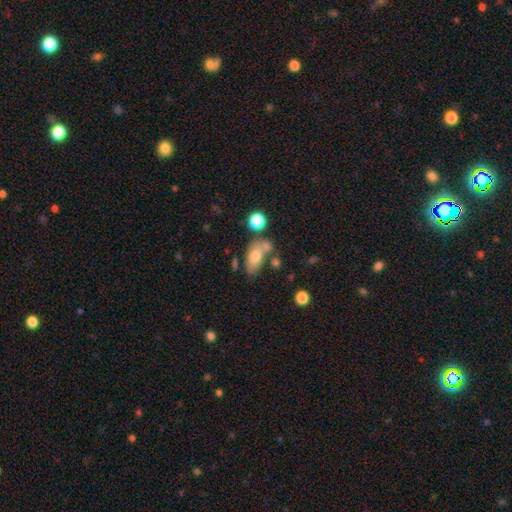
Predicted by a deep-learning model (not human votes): Smooth or featured? smooth (72%)
How rounded? in between (86%)
Merging? none (44%)